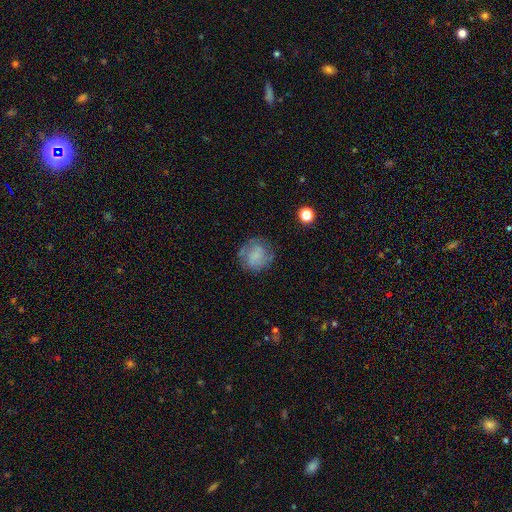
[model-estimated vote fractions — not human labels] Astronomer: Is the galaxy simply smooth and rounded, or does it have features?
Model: smooth — 58%.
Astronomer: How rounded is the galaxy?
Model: round — 79%.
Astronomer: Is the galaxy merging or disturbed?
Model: none — 67%.